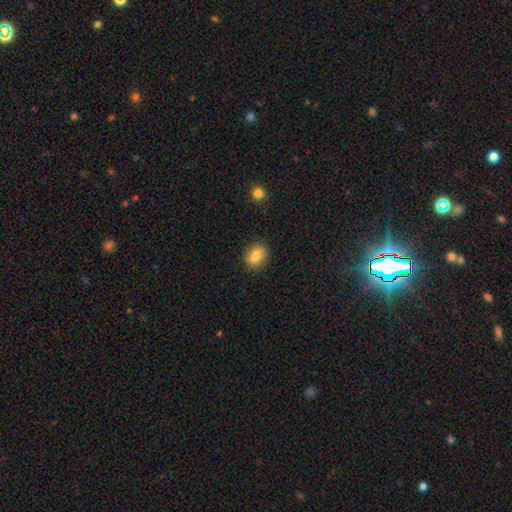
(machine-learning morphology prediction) This appears to be a smooth galaxy with no disk features (81%) that is round (55%). Merging: none (87%).